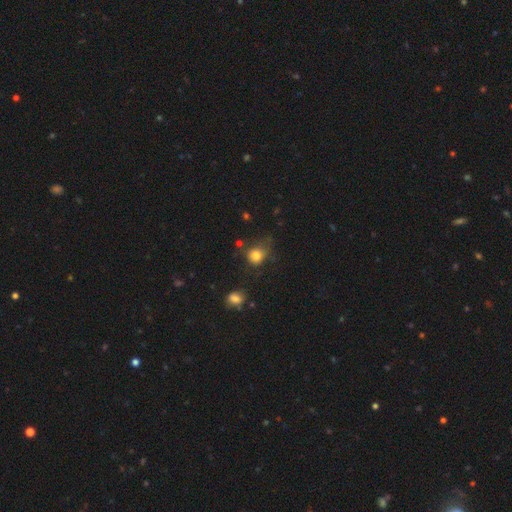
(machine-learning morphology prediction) A smooth galaxy with no disk features (80%) that is round (78%).

Vote fractions:
- Smooth or featured? smooth: 80% / star or artifact: 12% / featured or disk: 8%
- How rounded? round: 78% / in between: 21% / cigar-shaped: 1%
- Merging? none: 57% / minor disturbance: 26% / major disturbance: 12% / merger: 5%